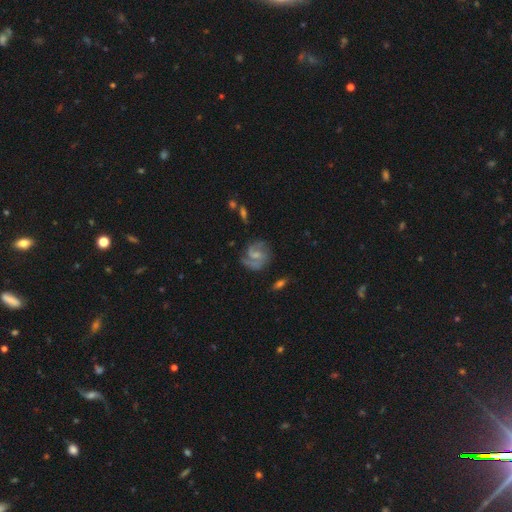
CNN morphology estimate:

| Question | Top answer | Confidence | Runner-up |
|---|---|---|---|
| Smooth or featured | featured or disk | 77% | smooth (17%) |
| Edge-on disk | no | 98% | yes (2%) |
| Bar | weak | 54% | no (34%) |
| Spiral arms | yes | 93% | no (7%) |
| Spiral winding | medium | 49% | tight (29%) |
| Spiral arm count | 2 | 67% | can't tell (12%) |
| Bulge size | small | 44% | moderate (32%) |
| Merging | none | 66% | minor disturbance (20%) |